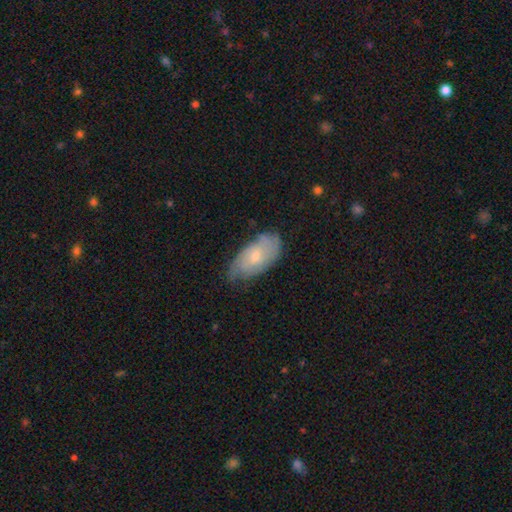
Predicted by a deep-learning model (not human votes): Smooth or featured? Predicted: featured or disk (p=0.50). Merging? Predicted: none (p=0.60).